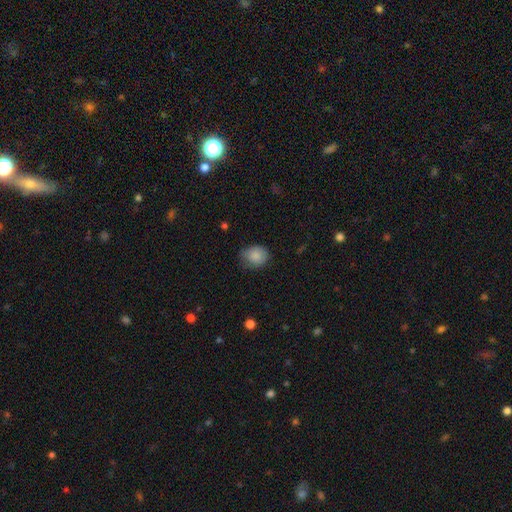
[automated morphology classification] Overall: smooth (85%). How rounded: round (58%; in between 42%). Merging: none (62%; minor disturbance 30%).